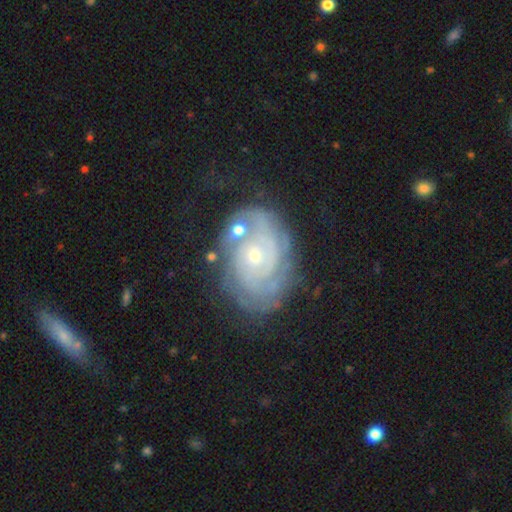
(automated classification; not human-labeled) smooth_or_featured: featured or disk (p=0.85) [alt: smooth p=0.09]
disk_edge_on: no (p=0.97) [alt: yes p=0.03]
bar: no (p=0.77) [alt: weak p=0.19]
has_spiral_arms: yes (p=0.95) [alt: no p=0.05]
spiral_winding: tight (p=0.78) [alt: medium p=0.18]
spiral_arm_count: can't tell (p=0.33) [alt: 2 p=0.27]
bulge_size: small (p=0.66) [alt: moderate p=0.30]
merging: none (p=0.66) [alt: minor disturbance p=0.18]